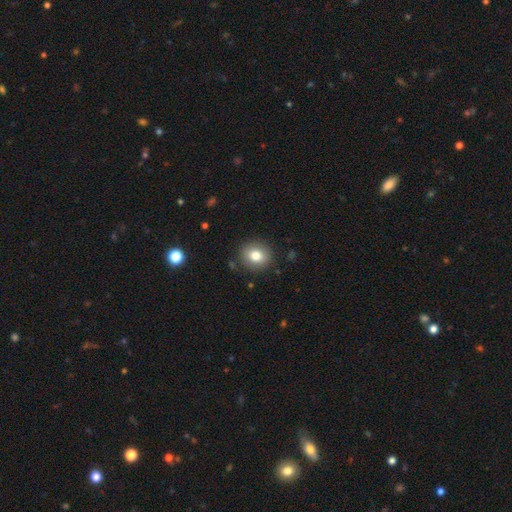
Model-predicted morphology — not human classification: A smooth galaxy with no disk features (78%) that is round (82%).

Vote fractions:
- Smooth or featured? smooth: 78% / featured or disk: 11% / star or artifact: 10%
- How rounded? round: 82% / in between: 17% / cigar-shaped: 1%
- Merging? none: 88% / minor disturbance: 8% / major disturbance: 3% / merger: 1%